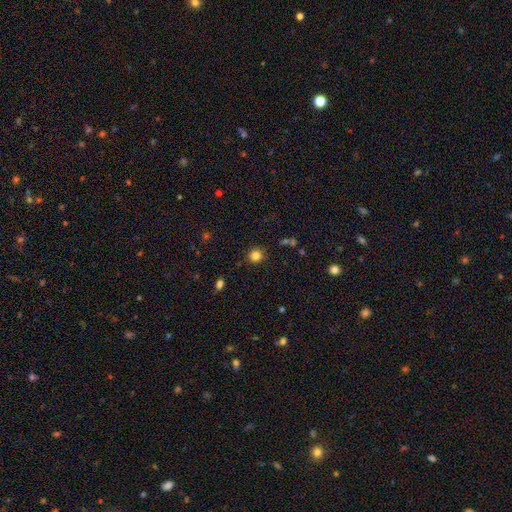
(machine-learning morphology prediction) Overall: smooth (83%). How rounded: round (90%). Merging: none (88%).